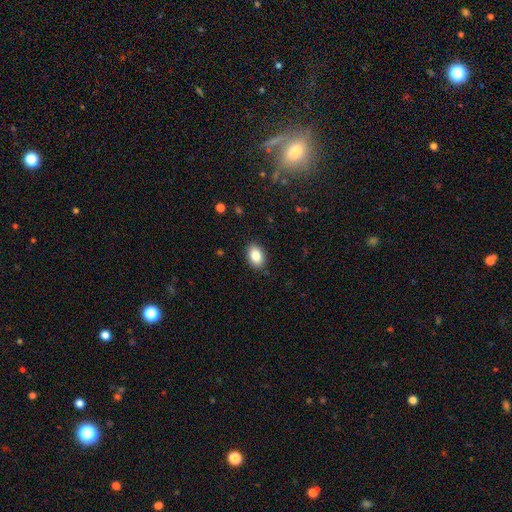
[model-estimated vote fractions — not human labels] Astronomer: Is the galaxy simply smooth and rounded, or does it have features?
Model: smooth — 86%.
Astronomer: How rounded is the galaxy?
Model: in between — 87%.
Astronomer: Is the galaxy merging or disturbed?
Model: none — 87%.